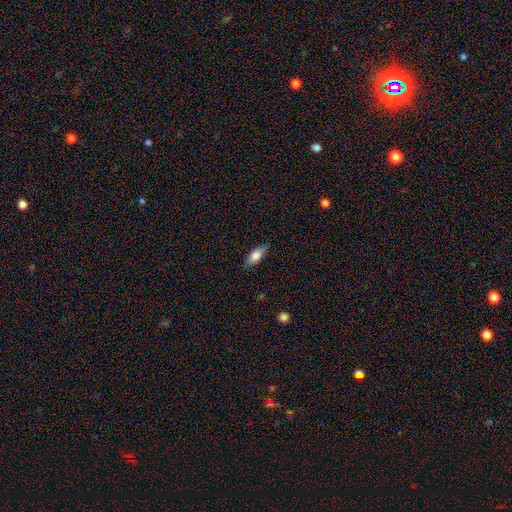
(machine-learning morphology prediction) Smooth or featured: smooth — 77% (featured or disk — 16%)
How rounded: in between — 76% (cigar-shaped — 22%)
Merging: none — 81% (minor disturbance — 15%)